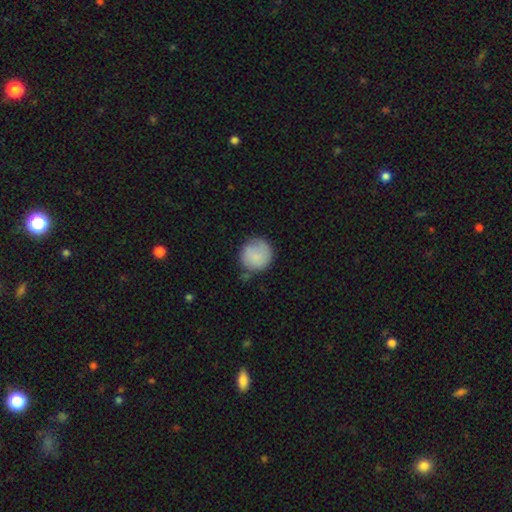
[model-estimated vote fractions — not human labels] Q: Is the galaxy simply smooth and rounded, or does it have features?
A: smooth — 83%.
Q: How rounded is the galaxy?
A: round — 93%.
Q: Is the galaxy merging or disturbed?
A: none — 66%.